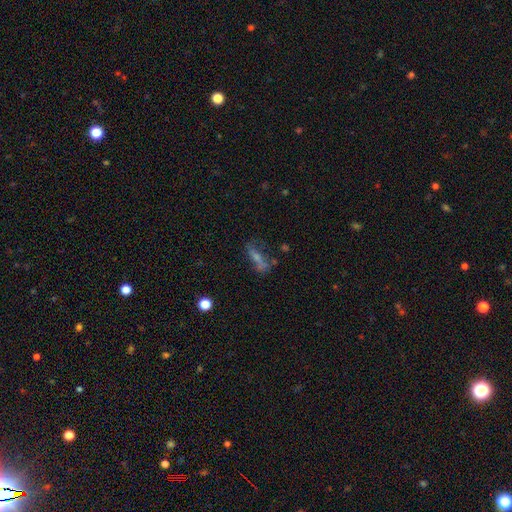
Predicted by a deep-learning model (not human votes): A featured or disk galaxy (41%). Merging: none (52%).